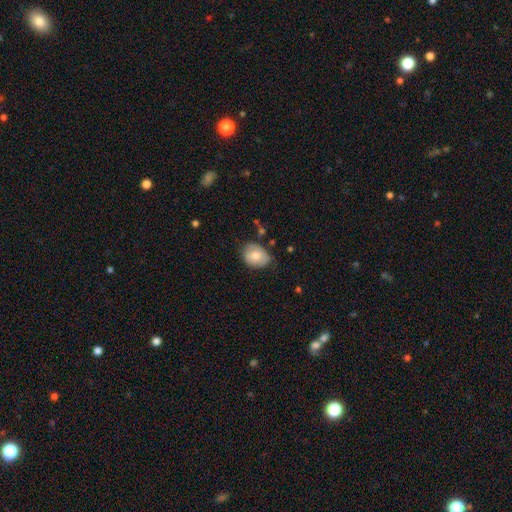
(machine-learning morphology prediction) Smooth or featured? Predicted: smooth (p=0.70). How rounded? Predicted: in between (p=0.61). Merging? Predicted: none (p=0.65).